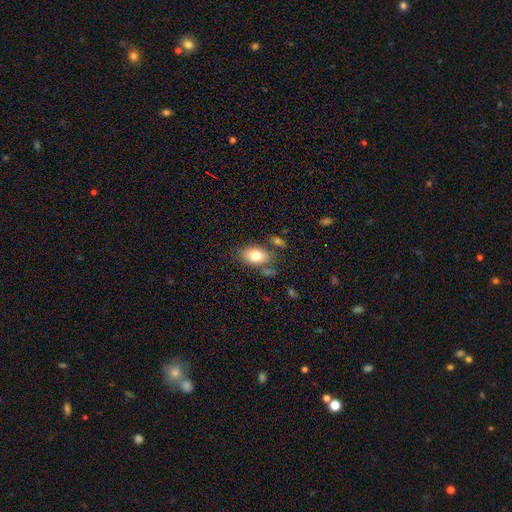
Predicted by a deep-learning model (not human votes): smooth_or_featured: smooth (p=0.81) [alt: featured or disk p=0.11]
how_rounded: in between (p=0.84) [alt: round p=0.15]
merging: none (p=0.71) [alt: minor disturbance p=0.15]